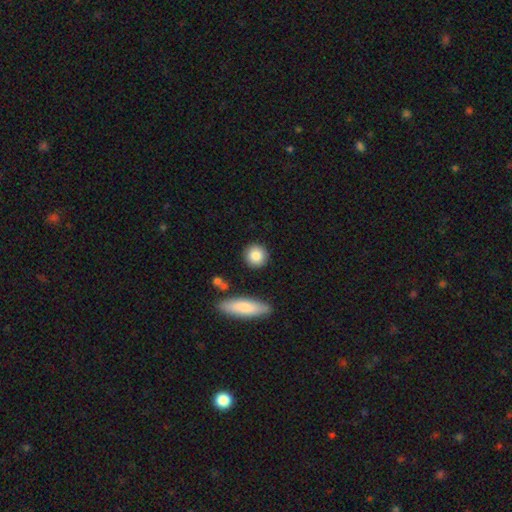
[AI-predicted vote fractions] The model was most divided on "smooth or featured": smooth: 86%, featured or disk: 7%, star or artifact: 7%. More confident: merging — none (89%); how rounded — round (88%).